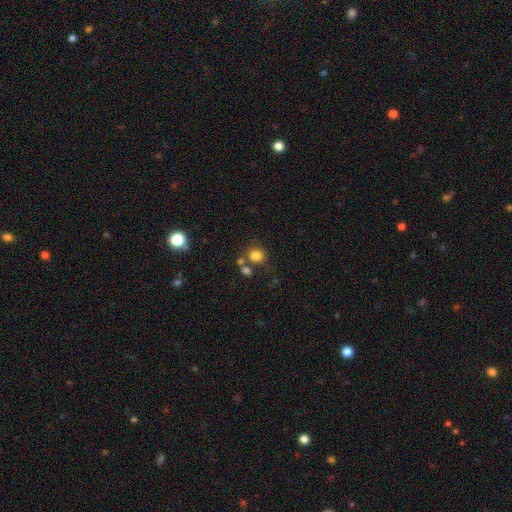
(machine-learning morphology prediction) smooth_or_featured: smooth (p=0.80) [alt: star or artifact p=0.13]
how_rounded: round (p=0.73) [alt: in between p=0.26]
merging: none (p=0.66) [alt: merger p=0.18]